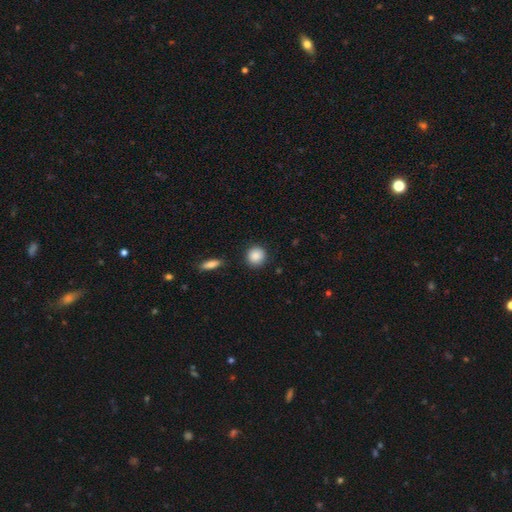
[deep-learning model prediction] Smooth or featured? smooth (88%)
How rounded? round (90%)
Merging? none (89%)